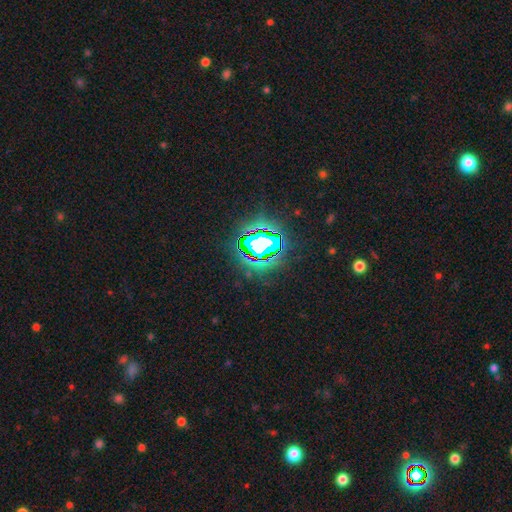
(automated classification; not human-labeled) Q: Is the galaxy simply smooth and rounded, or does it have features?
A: star or artifact — 74%.